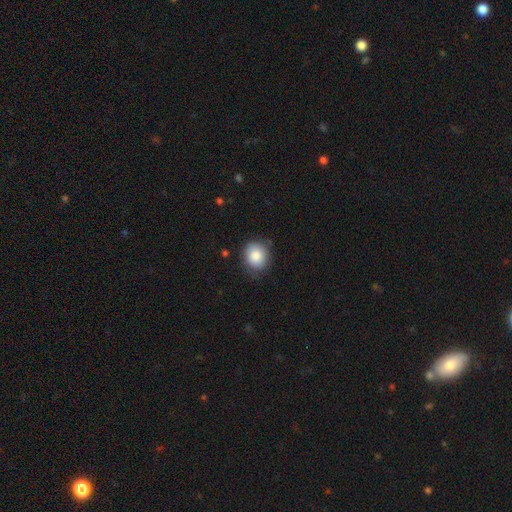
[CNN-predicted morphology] type=smooth (86%); roundness=round (74%); merging=none (77%).